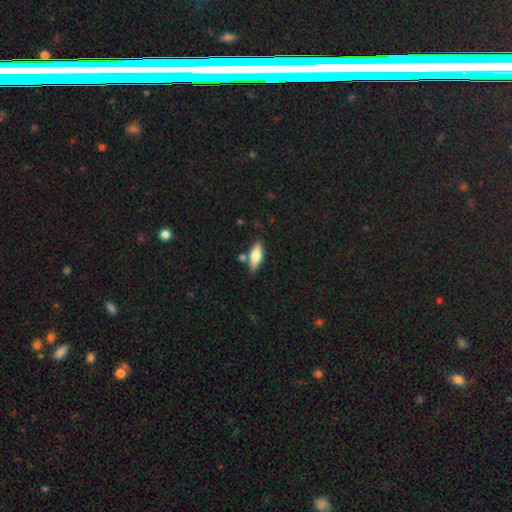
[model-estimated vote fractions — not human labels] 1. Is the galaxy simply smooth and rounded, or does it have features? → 67% smooth, 26% featured or disk, 7% star or artifact.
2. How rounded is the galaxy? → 63% in between, 34% cigar-shaped, 3% round.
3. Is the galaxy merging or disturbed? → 73% none, 15% minor disturbance, 8% merger, 3% major disturbance.